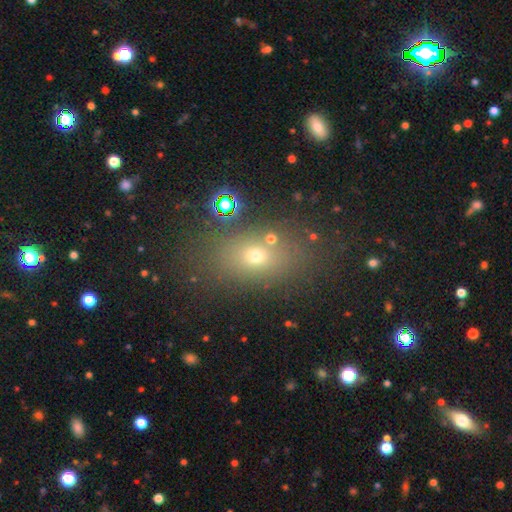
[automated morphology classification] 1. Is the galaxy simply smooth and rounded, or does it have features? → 61% smooth, 23% star or artifact, 16% featured or disk.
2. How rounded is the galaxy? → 70% in between, 27% round, 3% cigar-shaped.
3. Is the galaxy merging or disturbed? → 79% none, 10% minor disturbance, 5% merger, 5% major disturbance.